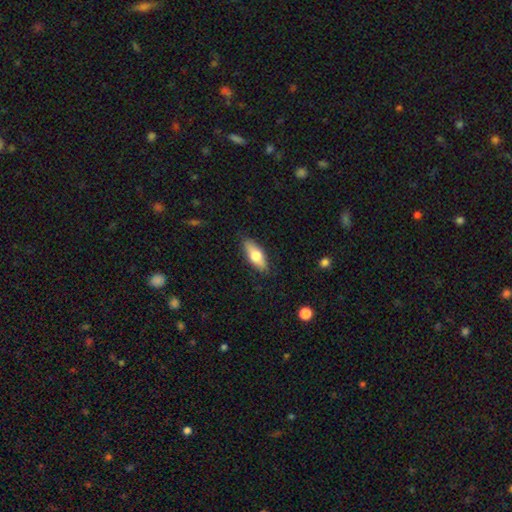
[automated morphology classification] Smooth or featured? Predicted: smooth (p=0.66). How rounded? Predicted: in between (p=0.71). Merging? Predicted: none (p=0.86).